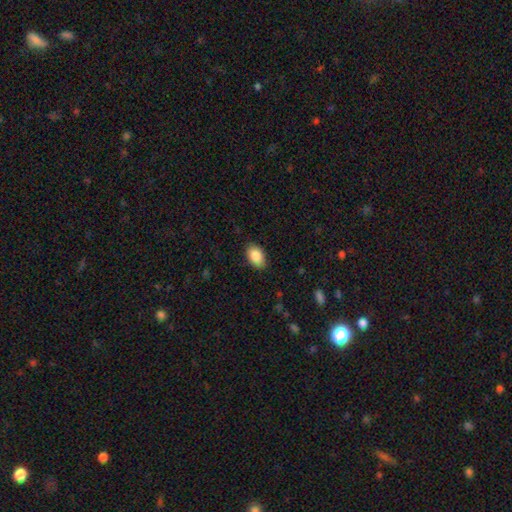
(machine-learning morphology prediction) Smooth or featured: smooth — 88% (star or artifact — 7%)
How rounded: in between — 90% (round — 9%)
Merging: none — 86% (minor disturbance — 11%)